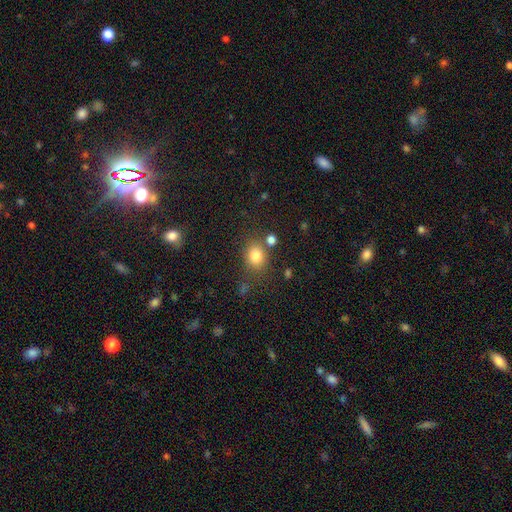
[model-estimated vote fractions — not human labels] Smooth or featured? Predicted: smooth (p=0.81). How rounded? Predicted: round (p=0.54). Merging? Predicted: none (p=0.69).